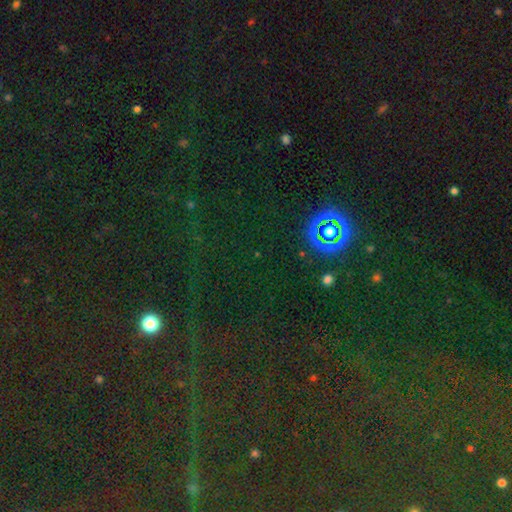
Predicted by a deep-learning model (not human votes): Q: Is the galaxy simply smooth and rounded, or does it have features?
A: star or artifact — 81%.